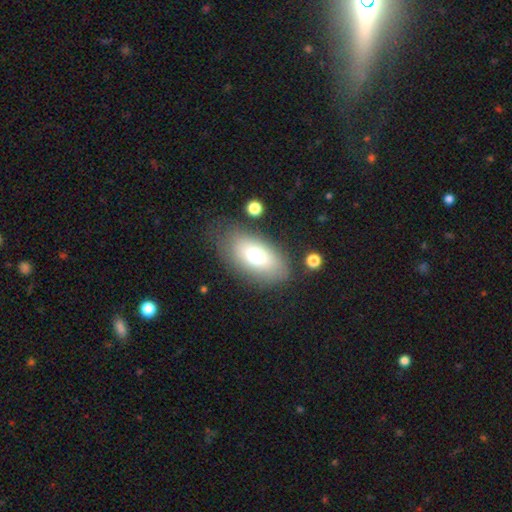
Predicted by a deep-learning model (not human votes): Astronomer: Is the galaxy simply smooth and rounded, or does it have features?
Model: smooth — 67%.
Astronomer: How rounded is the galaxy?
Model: in between — 87%.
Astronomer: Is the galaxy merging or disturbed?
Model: none — 74%.